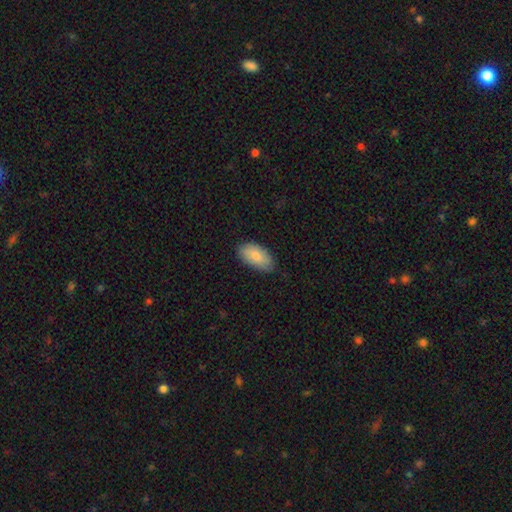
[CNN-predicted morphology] A smooth galaxy with no disk features (84%) that is in between round and cigar-shaped (94%).

Vote fractions:
- Smooth or featured? smooth: 84% / featured or disk: 10% / star or artifact: 6%
- How rounded? in between: 94% / cigar-shaped: 3% / round: 3%
- Merging? none: 80% / minor disturbance: 17% / major disturbance: 3% / merger: 1%